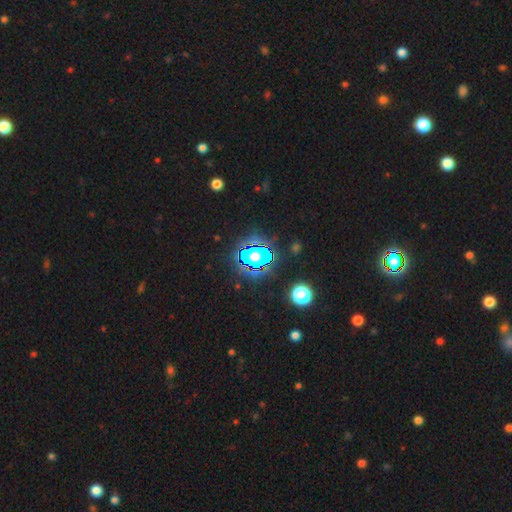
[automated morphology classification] Overall: star or artifact (55%; smooth 30%).